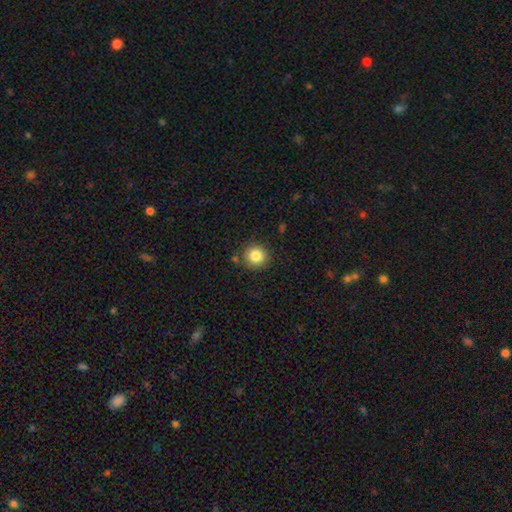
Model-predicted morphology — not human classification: Smooth or featured? Predicted: smooth (p=0.84). How rounded? Predicted: round (p=0.92). Merging? Predicted: none (p=0.86).